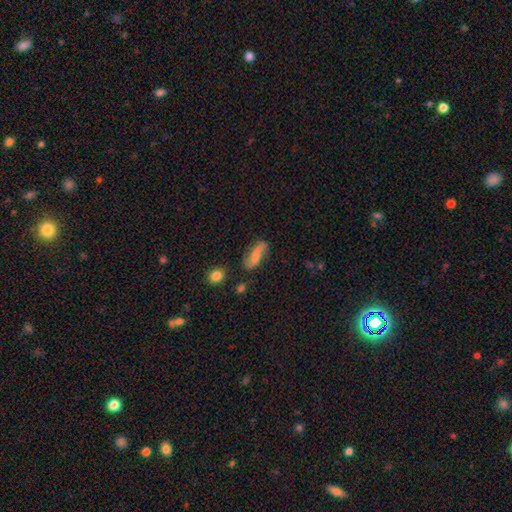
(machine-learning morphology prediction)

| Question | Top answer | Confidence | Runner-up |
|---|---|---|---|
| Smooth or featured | featured or disk | 50% | smooth (42%) |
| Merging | none | 67% | minor disturbance (21%) |